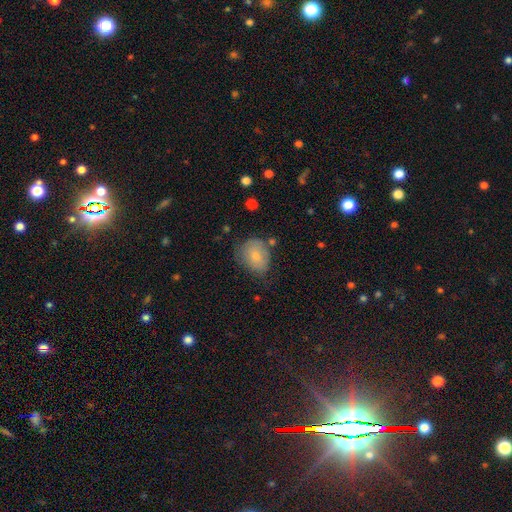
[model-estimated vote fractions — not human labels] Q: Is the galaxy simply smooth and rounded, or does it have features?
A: smooth — 76%.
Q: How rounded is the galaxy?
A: in between — 53%.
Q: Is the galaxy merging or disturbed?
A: none — 53%.